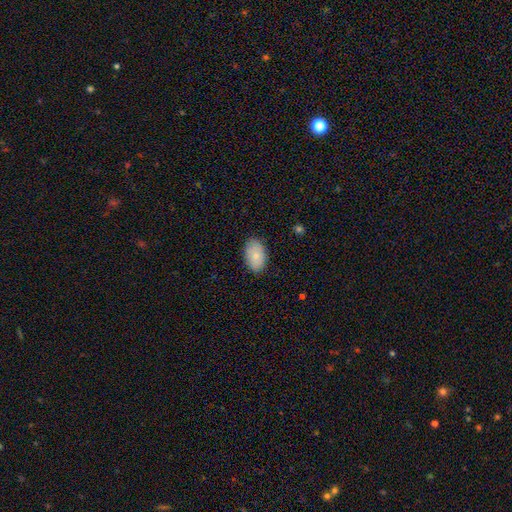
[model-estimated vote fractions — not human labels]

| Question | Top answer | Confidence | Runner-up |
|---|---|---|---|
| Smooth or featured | smooth | 81% | featured or disk (12%) |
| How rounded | in between | 92% | round (7%) |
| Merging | none | 85% | minor disturbance (12%) |